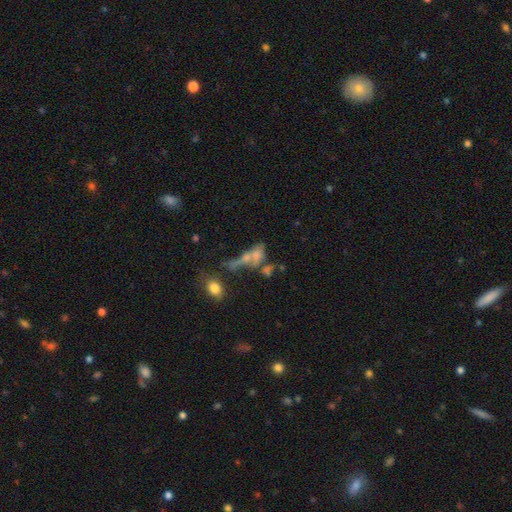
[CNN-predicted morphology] smooth 45%, featured or disk 36%, star or artifact 19%. Down the decision tree: merging — merger (42%).